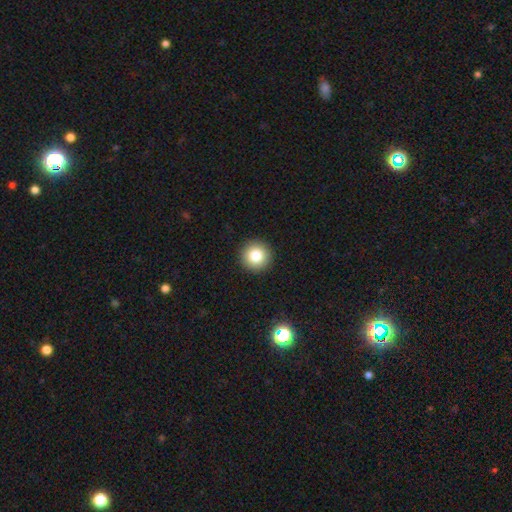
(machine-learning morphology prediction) A smooth galaxy with no disk features (81%) that is round (96%). Merging: none (93%).